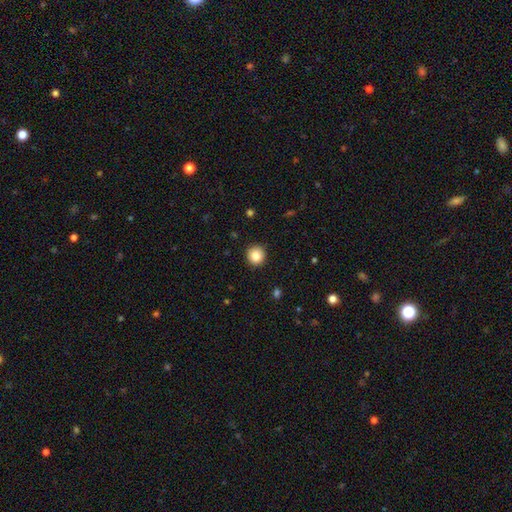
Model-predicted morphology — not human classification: Q: Smooth or featured?
A: smooth (85%); runner-up: star or artifact (10%)
Q: How rounded?
A: round (94%); runner-up: in between (5%)
Q: Merging?
A: none (91%); runner-up: minor disturbance (6%)